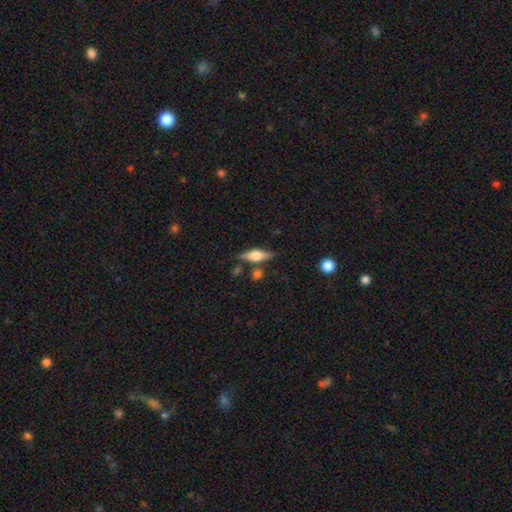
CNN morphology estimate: smooth_or_featured: featured or disk (p=0.53) [alt: smooth p=0.40]
disk_edge_on: yes (p=0.92) [alt: no p=0.08]
merging: none (p=0.75) [alt: minor disturbance p=0.14]